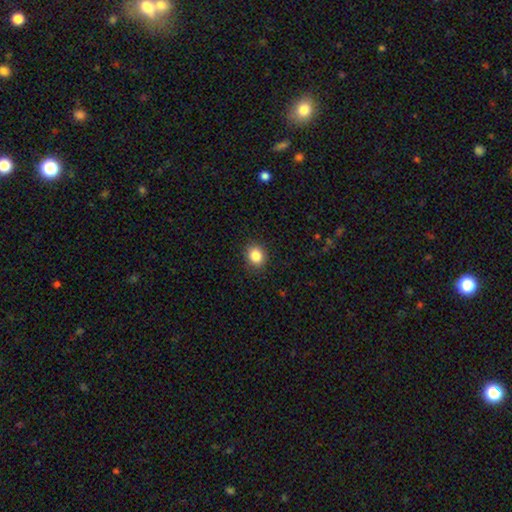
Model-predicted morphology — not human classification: This is clearly a smooth galaxy (86%). How rounded: likely round (68%). Merging: clearly none (90%).